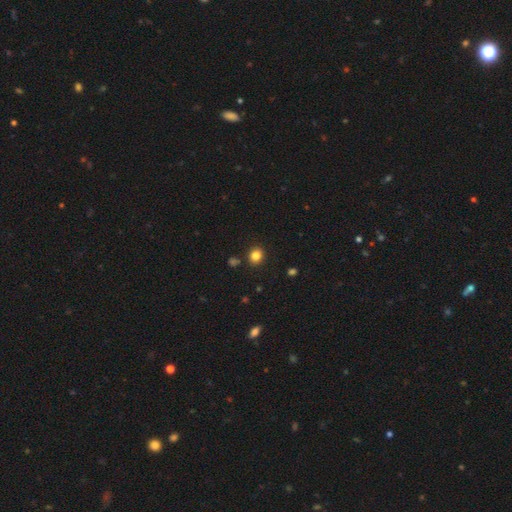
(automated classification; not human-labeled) Smooth or featured? smooth (83%)
How rounded? round (73%)
Merging? none (89%)